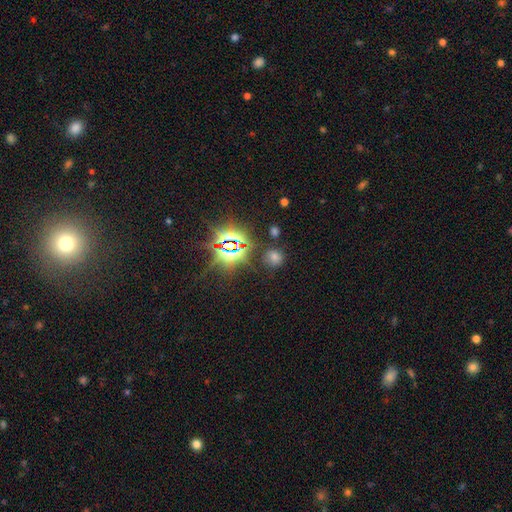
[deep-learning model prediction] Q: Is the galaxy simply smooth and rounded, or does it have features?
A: star or artifact — 78%.